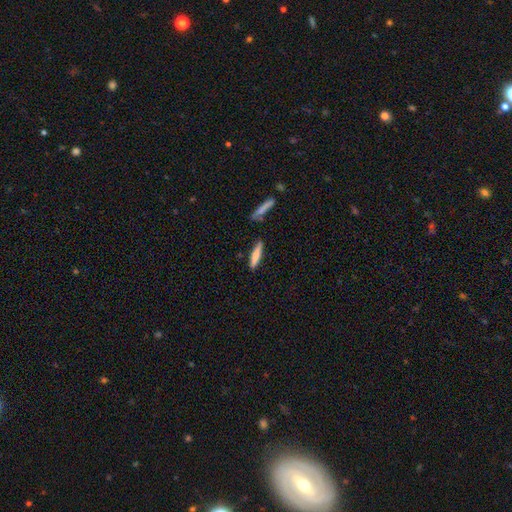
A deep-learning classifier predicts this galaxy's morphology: Overall: smooth (73%). How rounded: cigar-shaped (84%). Merging: none (83%).